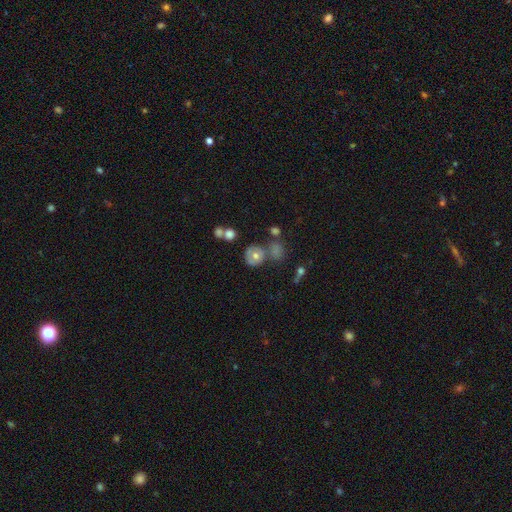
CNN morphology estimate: Smooth or featured: smooth — 58% (featured or disk — 31%)
How rounded: round — 76% (in between — 22%)
Merging: none — 50% (merger — 21%)